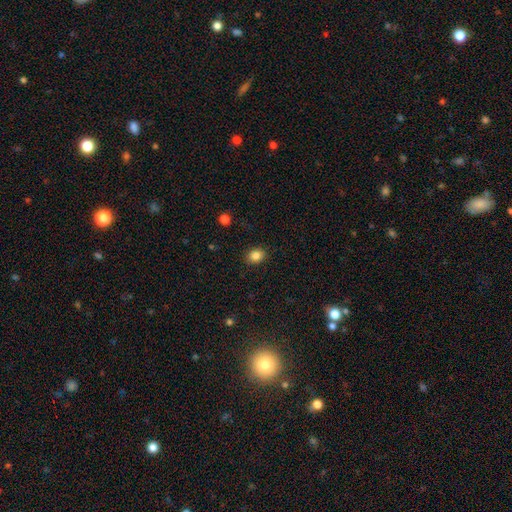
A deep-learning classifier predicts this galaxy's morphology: Smooth or featured? Predicted: smooth (p=0.85). How rounded? Predicted: in between (p=0.51). Merging? Predicted: none (p=0.89).